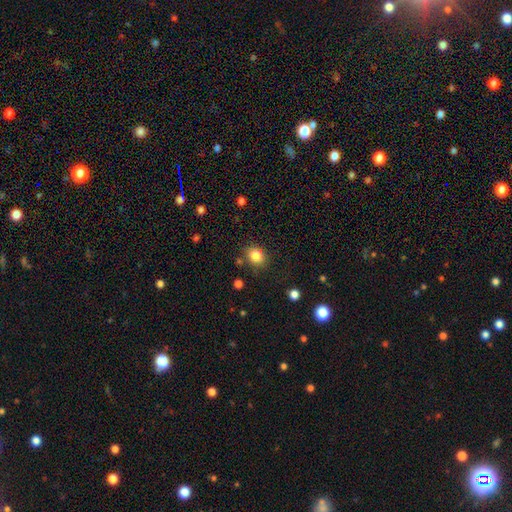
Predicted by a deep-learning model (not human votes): The model was most divided on "how rounded": round: 63%, in between: 36%, cigar-shaped: 1%. More confident: smooth or featured — smooth (83%); merging — none (81%).